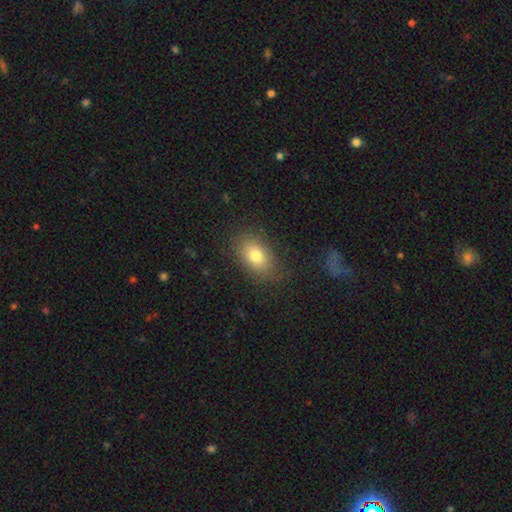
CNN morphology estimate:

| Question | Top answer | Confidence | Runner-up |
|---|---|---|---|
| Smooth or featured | smooth | 79% | featured or disk (12%) |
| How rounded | in between | 86% | round (12%) |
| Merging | none | 82% | minor disturbance (12%) |